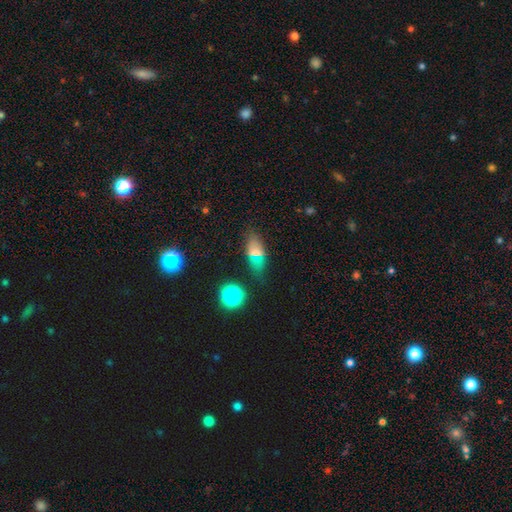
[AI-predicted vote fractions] This appears to be a smooth galaxy with no disk features (61%) that is in between round and cigar-shaped (79%). Merging: none (80%).